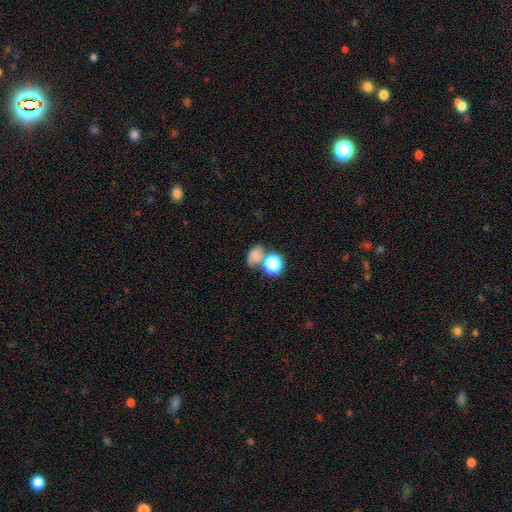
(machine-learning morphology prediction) The model was most divided on "merging": none: 38%, merger: 34%, minor disturbance: 16%, major disturbance: 12%. More confident: smooth or featured — smooth (67%); how rounded — in between (53%).